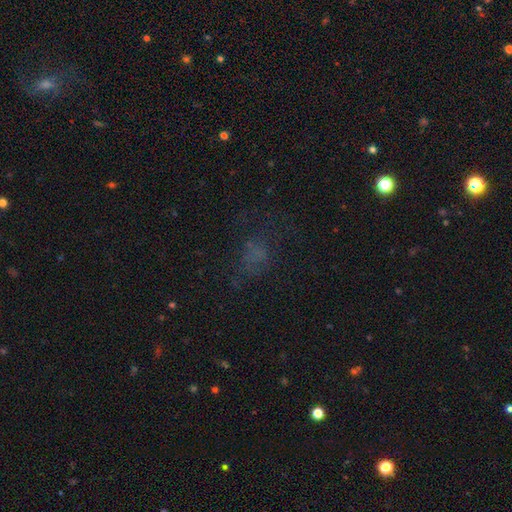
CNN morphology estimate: This is possibly a smooth galaxy (46%). Merging: possibly none (52%).